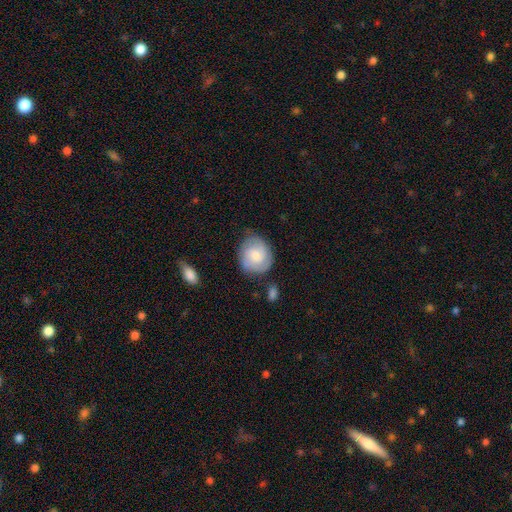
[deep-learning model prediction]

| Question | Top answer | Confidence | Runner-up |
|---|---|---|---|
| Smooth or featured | smooth | 49% | featured or disk (44%) |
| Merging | none | 68% | minor disturbance (22%) |